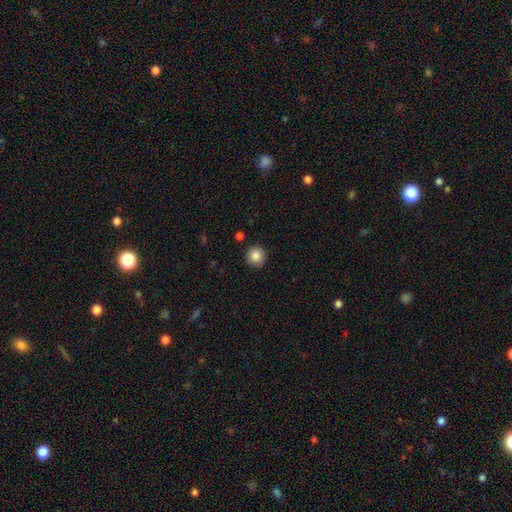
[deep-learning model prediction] The model was most divided on "smooth or featured": smooth: 87%, star or artifact: 9%, featured or disk: 4%. More confident: how rounded — round (95%); merging — none (92%).